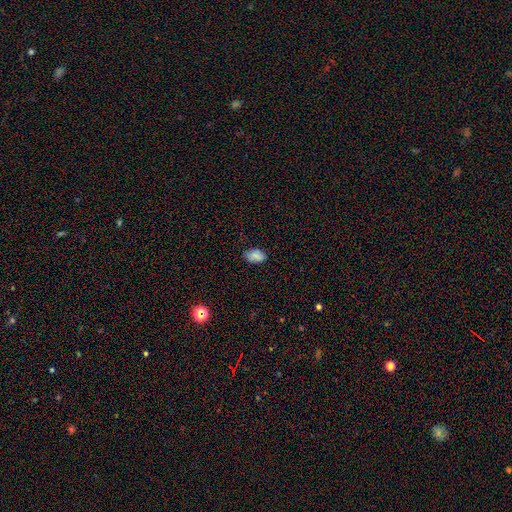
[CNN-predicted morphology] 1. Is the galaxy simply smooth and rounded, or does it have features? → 84% smooth, 10% star or artifact, 6% featured or disk.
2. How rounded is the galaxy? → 89% in between, 9% round, 1% cigar-shaped.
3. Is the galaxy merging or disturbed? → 80% none, 16% minor disturbance, 3% major disturbance, 1% merger.